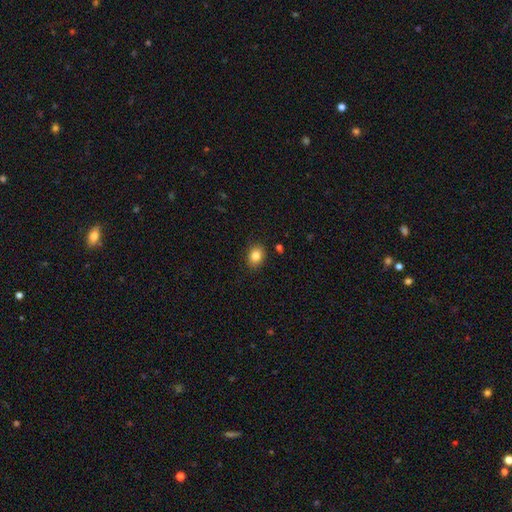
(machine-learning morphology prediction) smooth-or-featured: smooth: 84% | star or artifact: 10% | featured or disk: 6%
  how-rounded: in between: 58% | round: 41% | cigar-shaped: 1%
  merging: none: 87% | minor disturbance: 9% | major disturbance: 2% | merger: 1%